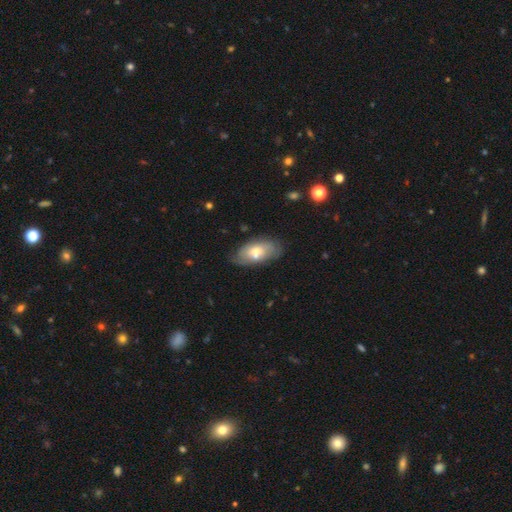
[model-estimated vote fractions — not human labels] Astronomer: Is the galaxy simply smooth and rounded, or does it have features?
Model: smooth — 64%.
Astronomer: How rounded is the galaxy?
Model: in between — 93%.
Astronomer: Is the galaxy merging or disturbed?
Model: none — 63%.